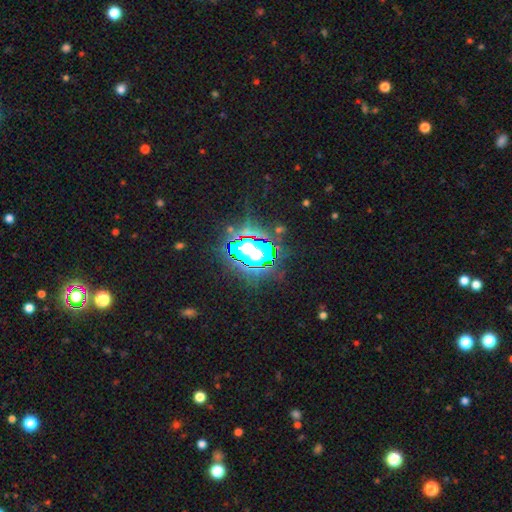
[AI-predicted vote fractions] The model was most divided on "smooth or featured": star or artifact: 67%, smooth: 19%, featured or disk: 14%.